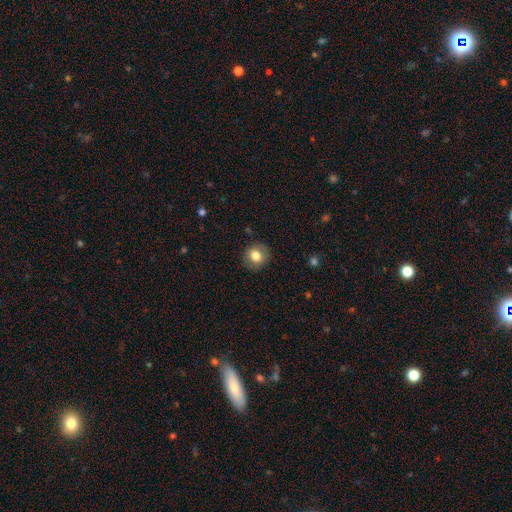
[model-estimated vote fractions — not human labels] Smooth or featured?
  - smooth: 78% *
  - featured or disk: 13%
  - star or artifact: 9%
How rounded?
  - round: 81% *
  - in between: 18%
  - cigar-shaped: 1%
Merging?
  - none: 87% *
  - minor disturbance: 10%
  - major disturbance: 3%
  - merger: 1%